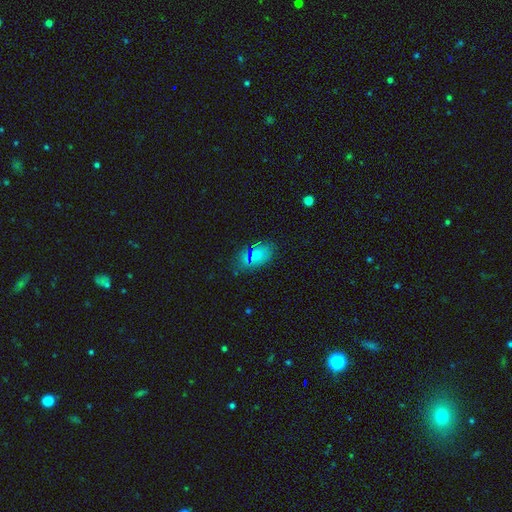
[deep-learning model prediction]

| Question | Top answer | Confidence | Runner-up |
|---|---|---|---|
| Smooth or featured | smooth | 64% | star or artifact (20%) |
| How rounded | in between | 90% | round (8%) |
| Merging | none | 75% | minor disturbance (17%) |